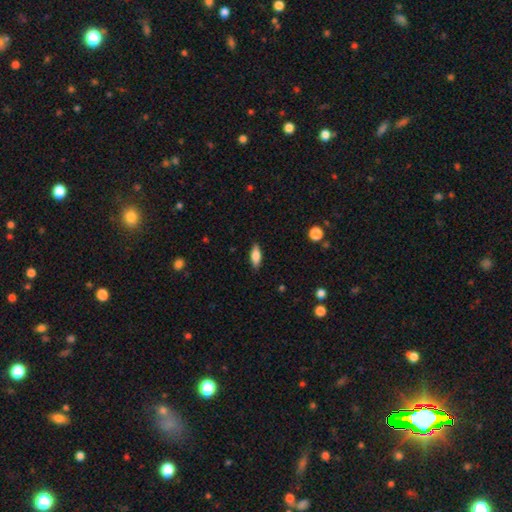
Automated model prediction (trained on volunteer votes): Morphology: type=smooth (78%); roundness=in between (73%); merging=none (87%).